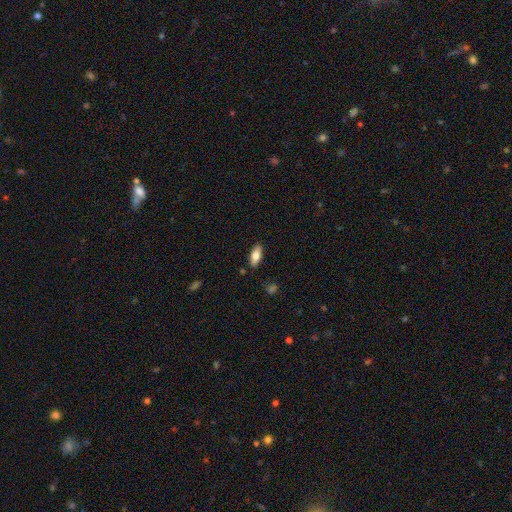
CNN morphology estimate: A smooth galaxy with no disk features (76%) that is in between round and cigar-shaped (80%). Merging: none (86%).